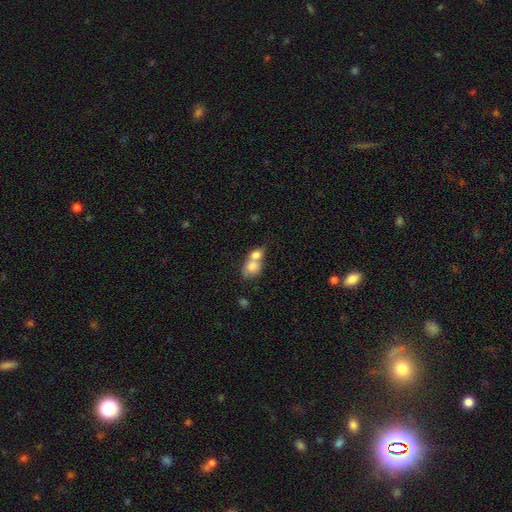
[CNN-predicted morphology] A smooth galaxy with no disk features (76%) that is in between round and cigar-shaped (58%). Merging: merger (75%).